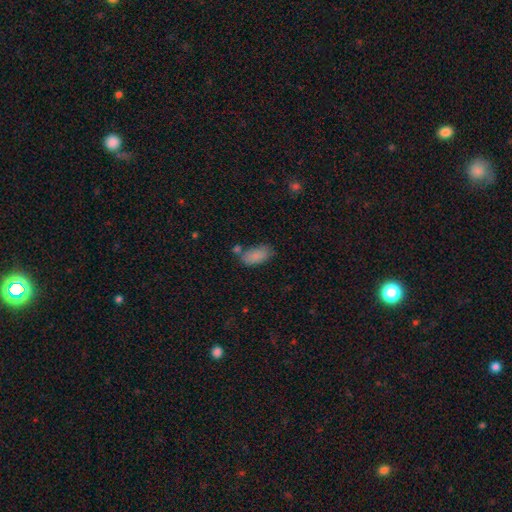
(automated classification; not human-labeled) Overall: smooth (85%). How rounded: in between (92%). Merging: none (60%; minor disturbance 21%).